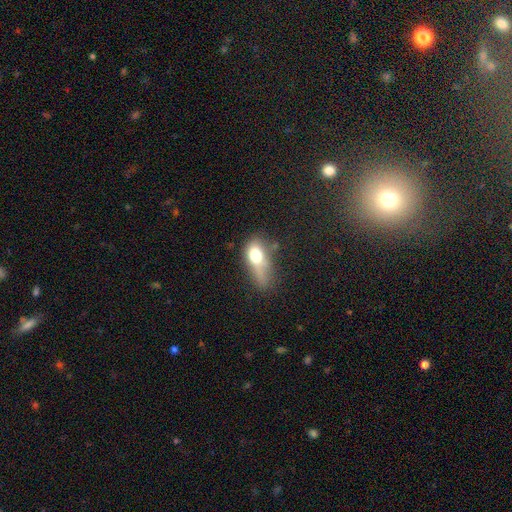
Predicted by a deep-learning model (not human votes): Q: Smooth or featured?
A: smooth (70%); runner-up: featured or disk (20%)
Q: How rounded?
A: in between (79%); runner-up: round (14%)
Q: Merging?
A: major disturbance (35%); runner-up: minor disturbance (32%)